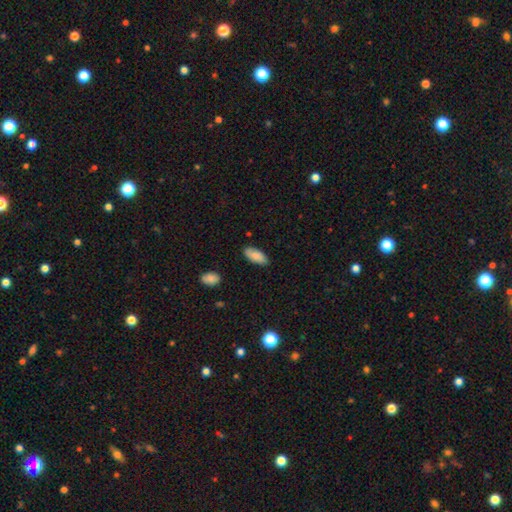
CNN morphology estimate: This appears to be a smooth galaxy with no disk features (85%) that is in between round and cigar-shaped (86%). Merging: none (84%).